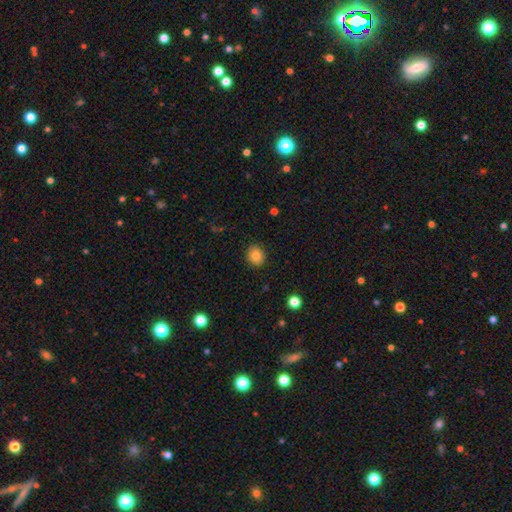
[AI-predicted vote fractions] smooth-or-featured: smooth: 83% | star or artifact: 10% | featured or disk: 6%
  how-rounded: round: 73% | in between: 26% | cigar-shaped: 1%
  merging: none: 90% | minor disturbance: 7% | major disturbance: 2% | merger: 1%